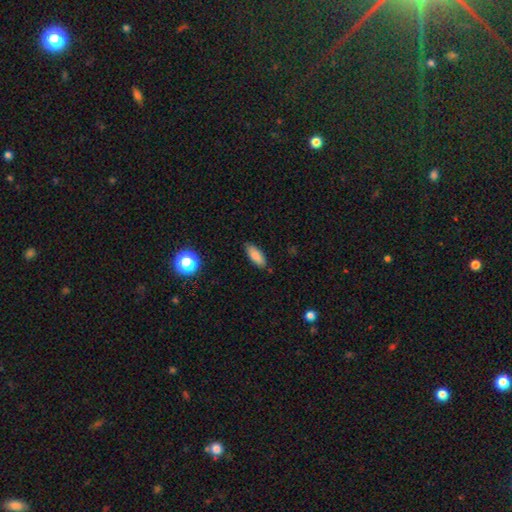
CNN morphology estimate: A smooth galaxy with no disk features (84%) that is in between round and cigar-shaped (77%).

Vote fractions:
- Smooth or featured? smooth: 84% / star or artifact: 8% / featured or disk: 7%
- How rounded? in between: 77% / cigar-shaped: 21% / round: 2%
- Merging? none: 84% / minor disturbance: 12% / major disturbance: 2% / merger: 2%